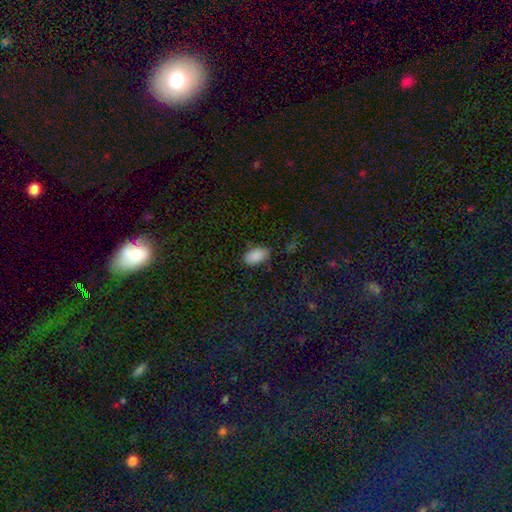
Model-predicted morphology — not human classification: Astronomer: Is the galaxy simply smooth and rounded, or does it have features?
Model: smooth — 88%.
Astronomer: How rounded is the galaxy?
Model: in between — 94%.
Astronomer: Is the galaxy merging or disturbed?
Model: none — 73%.